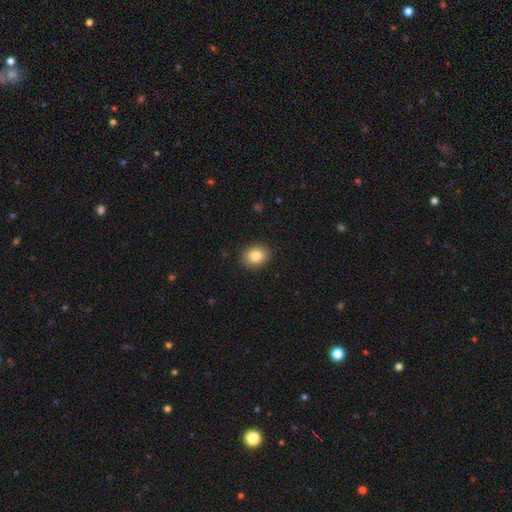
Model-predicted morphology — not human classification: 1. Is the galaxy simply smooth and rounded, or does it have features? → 84% smooth, 9% star or artifact, 7% featured or disk.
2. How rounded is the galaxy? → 51% round, 48% in between, 1% cigar-shaped.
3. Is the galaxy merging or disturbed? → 90% none, 7% minor disturbance, 2% major disturbance, 1% merger.